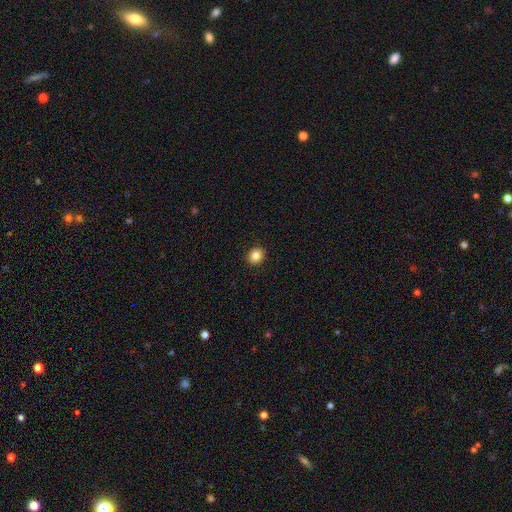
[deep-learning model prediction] smooth-or-featured: smooth: 84% | star or artifact: 10% | featured or disk: 6%
  how-rounded: round: 76% | in between: 23% | cigar-shaped: 1%
  merging: none: 92% | minor disturbance: 5% | major disturbance: 2% | merger: 1%